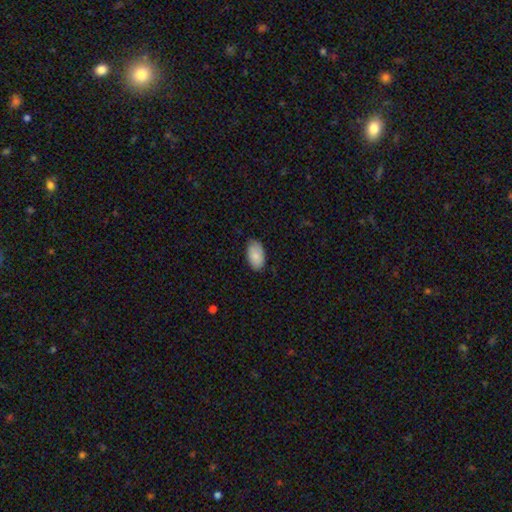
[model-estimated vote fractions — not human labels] This appears to be a smooth galaxy with no disk features (85%) that is in between round and cigar-shaped (95%). Merging: none (82%).